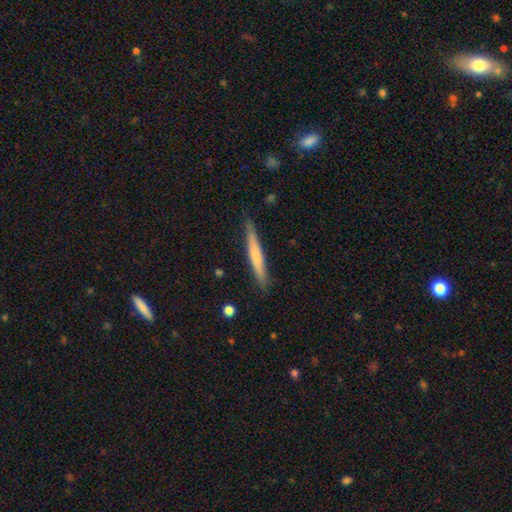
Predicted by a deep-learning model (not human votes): A smooth galaxy with no disk features (56%) that is cigar-shaped (96%).

Vote fractions:
- Smooth or featured? smooth: 56% / featured or disk: 38% / star or artifact: 6%
- How rounded? cigar-shaped: 96% / in between: 3% / round: 1%
- Merging? none: 88% / minor disturbance: 10% / major disturbance: 2% / merger: 1%